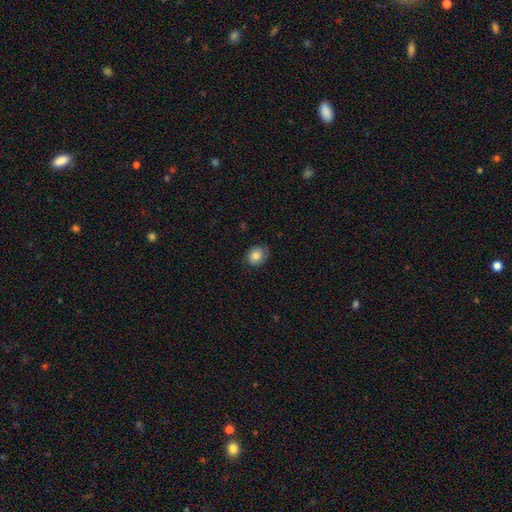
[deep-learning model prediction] Smooth or featured: smooth — 83% (star or artifact — 9%)
How rounded: round — 62% (in between — 37%)
Merging: none — 78% (minor disturbance — 17%)